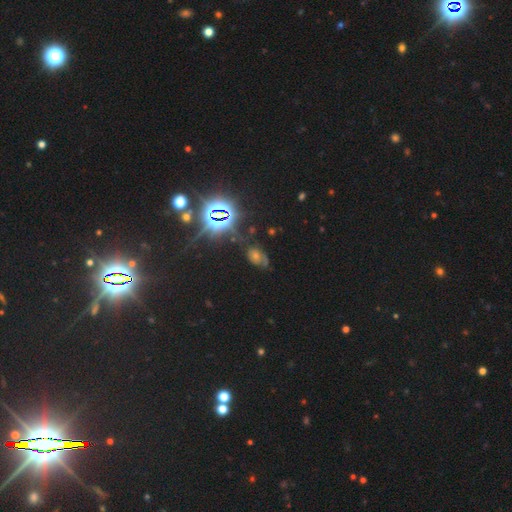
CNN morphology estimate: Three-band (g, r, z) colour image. It shows a star or artifact, not a galaxy (59%).